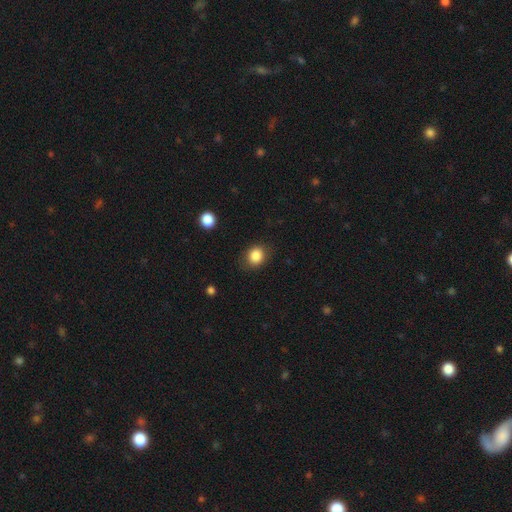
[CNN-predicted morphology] Smooth or featured: smooth — 85% (star or artifact — 10%)
How rounded: round — 69% (in between — 31%)
Merging: none — 82% (minor disturbance — 13%)